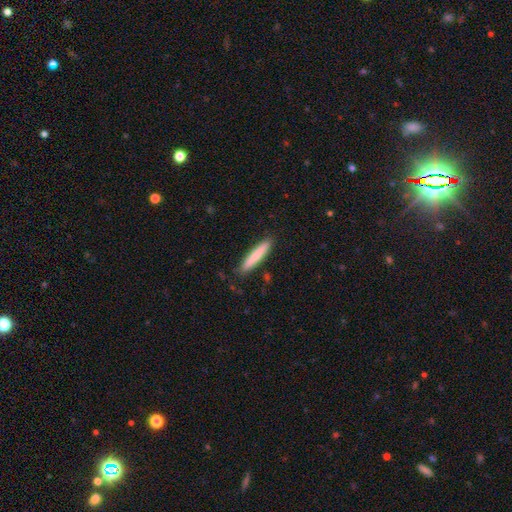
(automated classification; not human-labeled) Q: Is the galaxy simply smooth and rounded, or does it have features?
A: smooth — 81%.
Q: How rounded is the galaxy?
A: cigar-shaped — 92%.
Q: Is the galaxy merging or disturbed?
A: none — 88%.